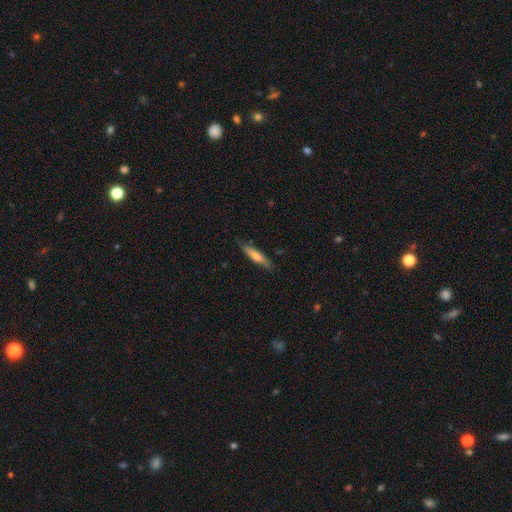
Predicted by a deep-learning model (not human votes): The model was most divided on "smooth or featured": smooth: 63%, featured or disk: 31%, star or artifact: 6%. More confident: merging — none (81%); how rounded — cigar-shaped (81%).